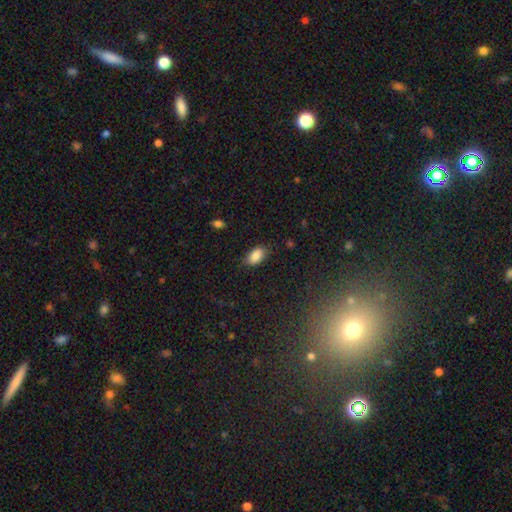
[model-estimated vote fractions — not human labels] Smooth or featured? smooth (87%)
How rounded? in between (93%)
Merging? none (79%)